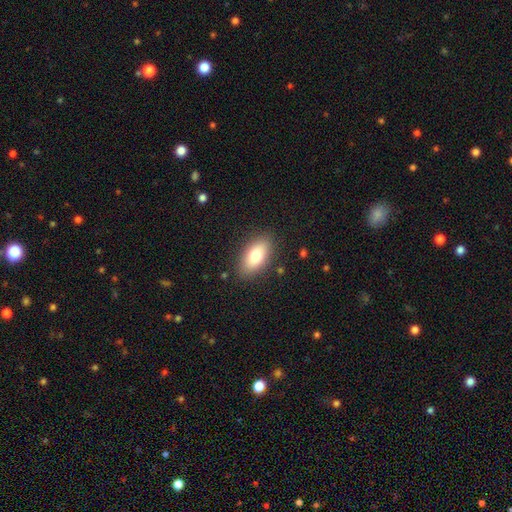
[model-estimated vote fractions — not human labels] Smooth or featured?
  - smooth: 79% *
  - featured or disk: 14%
  - star or artifact: 7%
How rounded?
  - in between: 91% *
  - cigar-shaped: 5%
  - round: 4%
Merging?
  - none: 86% *
  - minor disturbance: 10%
  - major disturbance: 3%
  - merger: 1%